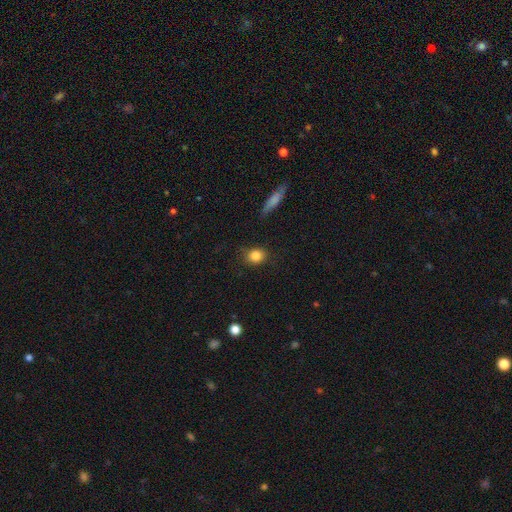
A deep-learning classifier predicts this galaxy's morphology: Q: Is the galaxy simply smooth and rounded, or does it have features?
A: smooth — 84%.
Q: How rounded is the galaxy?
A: round — 63%.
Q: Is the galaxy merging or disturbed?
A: none — 82%.